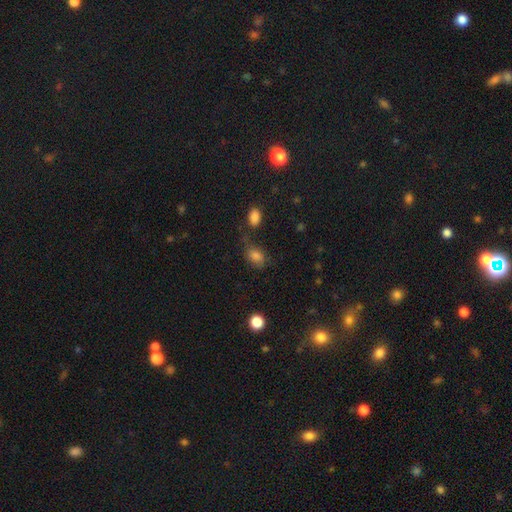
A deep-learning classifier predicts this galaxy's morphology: A smooth galaxy with no disk features (77%) that is in between round and cigar-shaped (75%). Merging: none (53%).